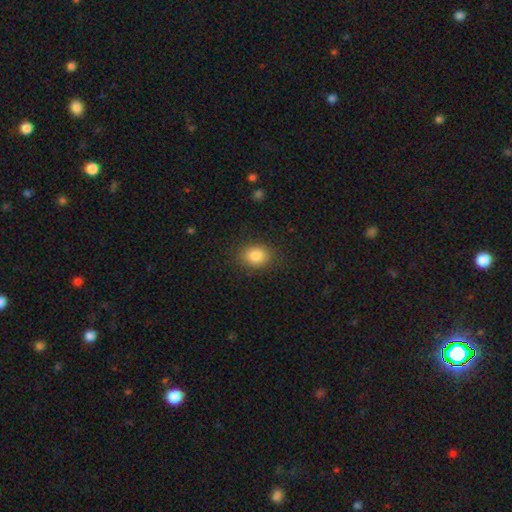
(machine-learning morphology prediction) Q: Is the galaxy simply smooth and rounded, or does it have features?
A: smooth — 86%.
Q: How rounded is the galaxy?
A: in between — 58%.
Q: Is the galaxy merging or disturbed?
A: none — 84%.